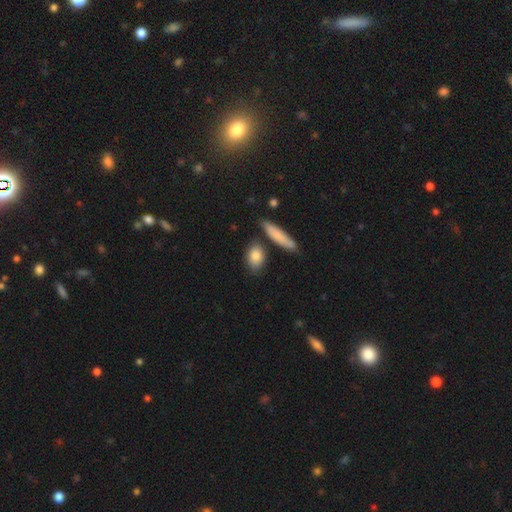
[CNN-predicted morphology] A smooth galaxy with no disk features (84%) that is in between round and cigar-shaped (73%). Merging: none (74%).